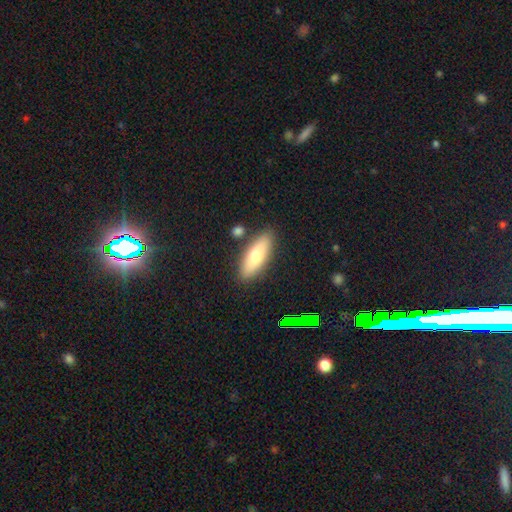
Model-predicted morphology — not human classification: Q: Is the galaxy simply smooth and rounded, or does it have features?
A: smooth — 68%.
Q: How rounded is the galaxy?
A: in between — 60%.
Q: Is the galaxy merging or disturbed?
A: none — 84%.